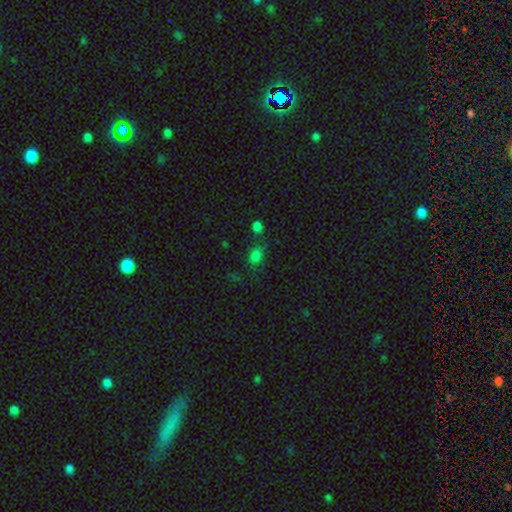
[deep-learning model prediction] A smooth galaxy with no disk features (73%) that is in between round and cigar-shaped (62%).

Vote fractions:
- Smooth or featured? smooth: 73% / star or artifact: 20% / featured or disk: 6%
- How rounded? in between: 62% / round: 36% / cigar-shaped: 2%
- Merging? none: 58% / minor disturbance: 20% / merger: 12% / major disturbance: 10%